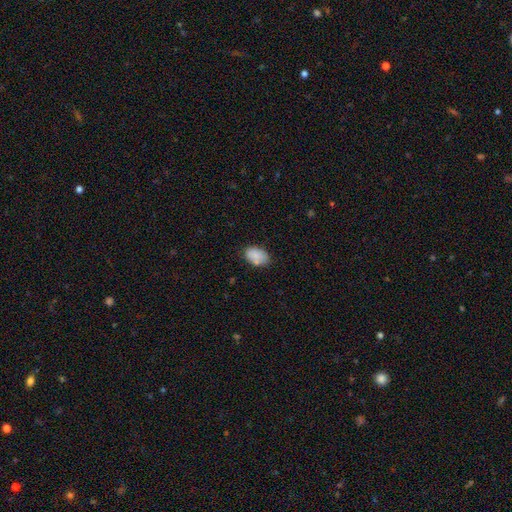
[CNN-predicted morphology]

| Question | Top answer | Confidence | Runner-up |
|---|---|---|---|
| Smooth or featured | smooth | 85% | star or artifact (8%) |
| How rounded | in between | 89% | round (10%) |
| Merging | none | 71% | minor disturbance (19%) |